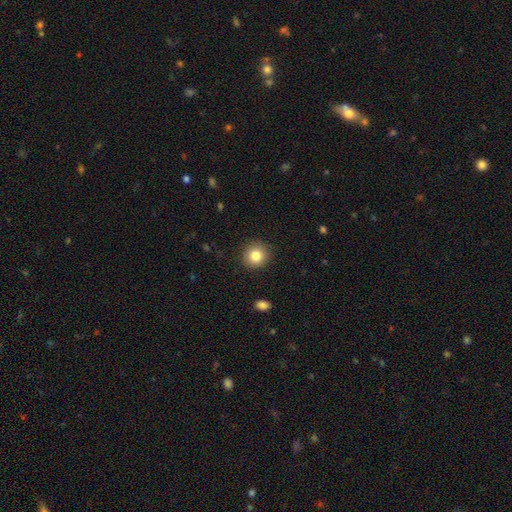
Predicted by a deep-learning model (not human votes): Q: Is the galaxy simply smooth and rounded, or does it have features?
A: smooth — 83%.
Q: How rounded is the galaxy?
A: round — 89%.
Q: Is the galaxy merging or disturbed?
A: none — 90%.